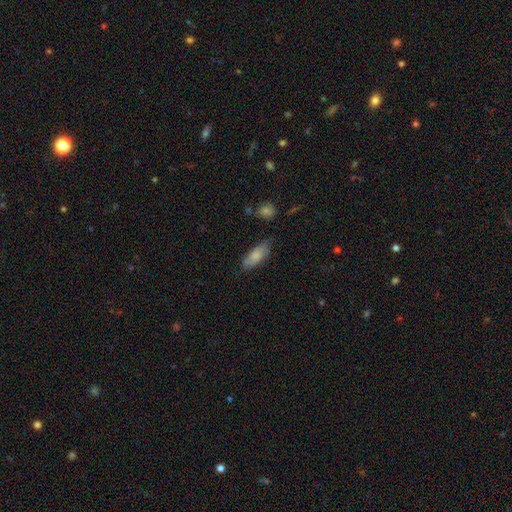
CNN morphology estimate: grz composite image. It shows a smooth galaxy with no disk features (78%) that is in between round and cigar-shaped (75%). Merging: none (62%).